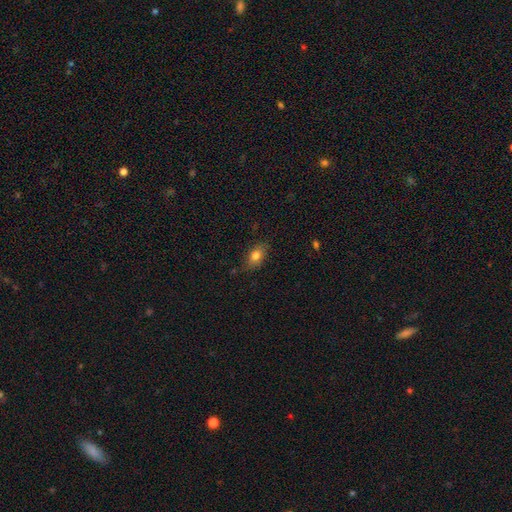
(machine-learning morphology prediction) Smooth or featured: smooth — 80% (featured or disk — 11%)
How rounded: in between — 84% (round — 11%)
Merging: none — 78% (minor disturbance — 17%)